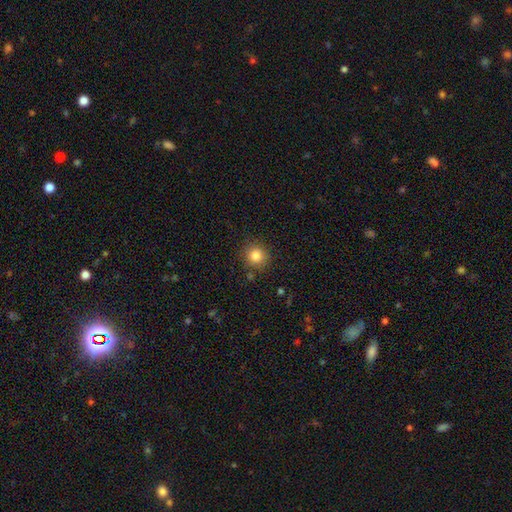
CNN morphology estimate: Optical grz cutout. It shows a smooth galaxy with no disk features (83%) that is round (92%). Merging: none (86%).